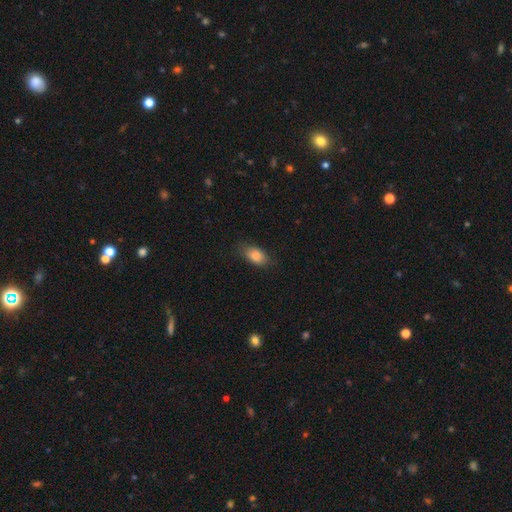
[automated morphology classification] Smooth or featured?
  - smooth: 87% *
  - star or artifact: 8%
  - featured or disk: 6%
How rounded?
  - in between: 89% *
  - round: 8%
  - cigar-shaped: 3%
Merging?
  - none: 77% *
  - minor disturbance: 18%
  - major disturbance: 5%
  - merger: 1%